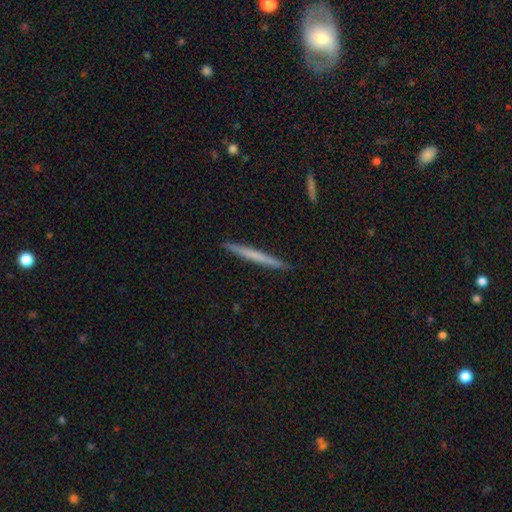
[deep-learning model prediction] Smooth or featured? Predicted: smooth (p=0.56). How rounded? Predicted: cigar-shaped (p=0.97). Merging? Predicted: none (p=0.92).